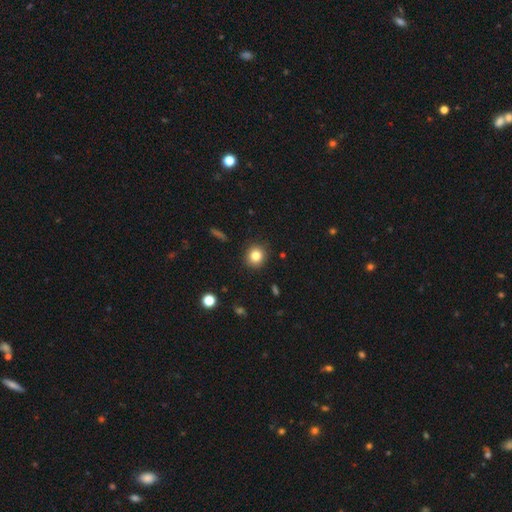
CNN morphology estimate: Q: Smooth or featured?
A: smooth (82%); runner-up: star or artifact (11%)
Q: How rounded?
A: round (88%); runner-up: in between (11%)
Q: Merging?
A: none (90%); runner-up: minor disturbance (7%)